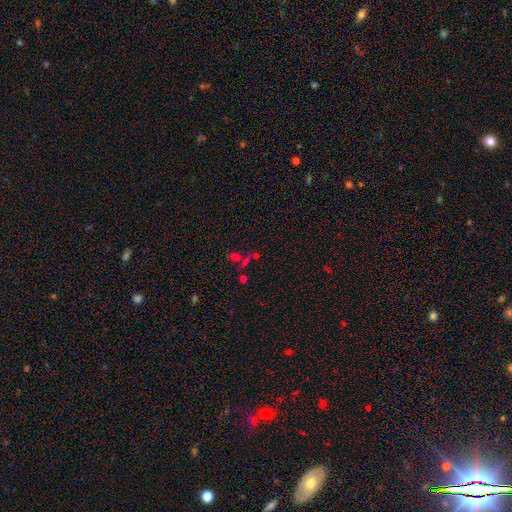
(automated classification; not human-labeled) This appears to be a star or artifact, not a galaxy (50%).